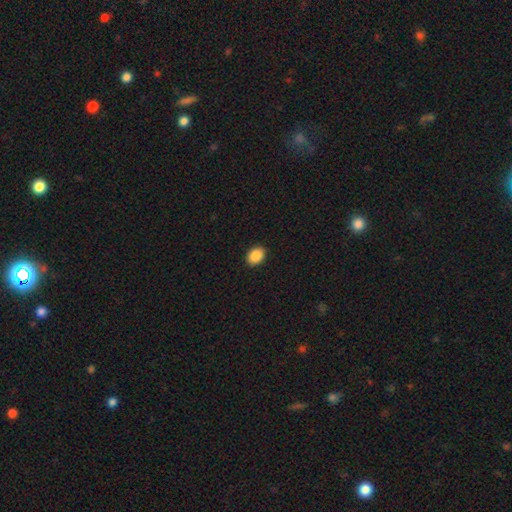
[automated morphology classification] smooth 89%, star or artifact 8%, featured or disk 3%. Down the decision tree: how rounded — in between (73%); merging — none (91%).